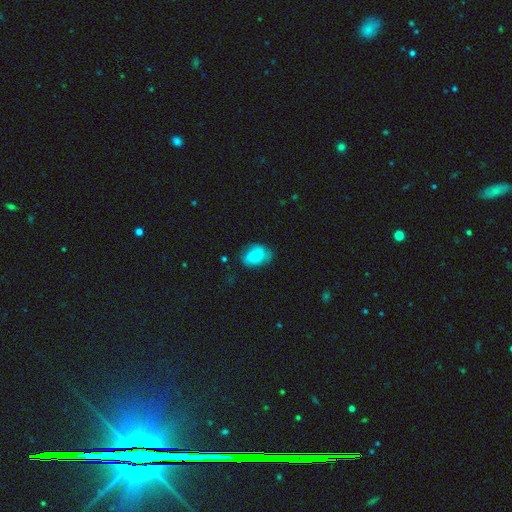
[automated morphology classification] Smooth or featured? smooth (75%)
How rounded? in between (79%)
Merging? none (66%)